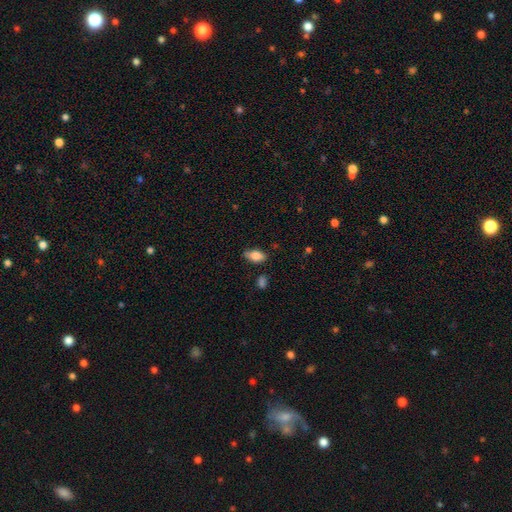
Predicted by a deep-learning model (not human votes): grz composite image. It shows a smooth galaxy with no disk features (82%) that is in between round and cigar-shaped (89%). Merging: none (65%).